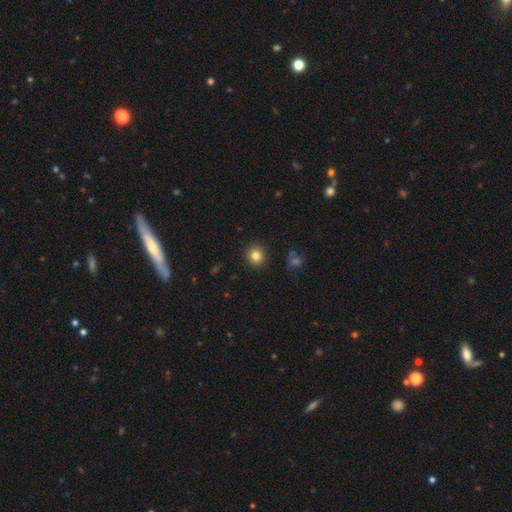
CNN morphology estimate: This is clearly a smooth galaxy (82%). How rounded: clearly round (90%). Merging: clearly none (91%).